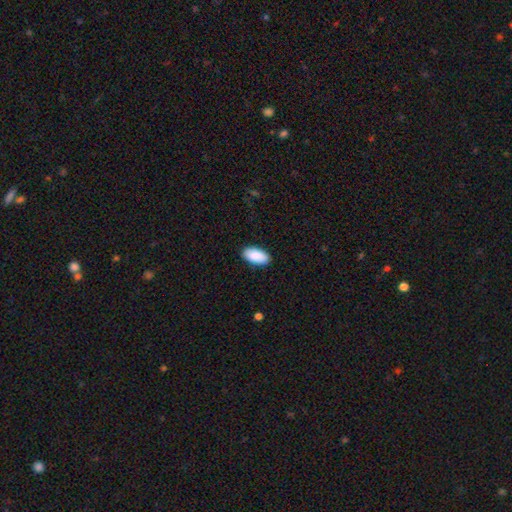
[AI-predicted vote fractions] Smooth or featured? Predicted: smooth (p=0.89). How rounded? Predicted: in between (p=0.95). Merging? Predicted: none (p=0.89).